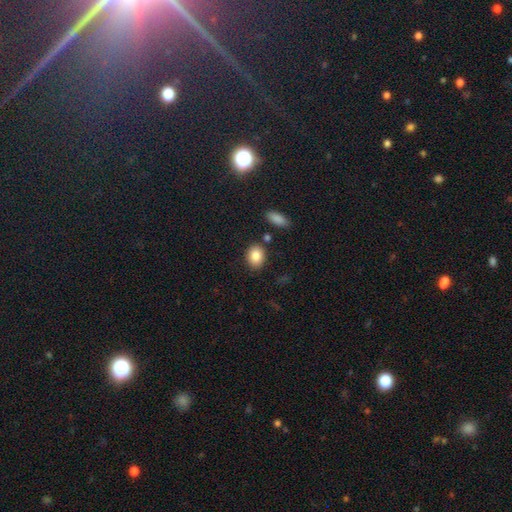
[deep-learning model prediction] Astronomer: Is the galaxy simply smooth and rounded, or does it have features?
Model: smooth — 85%.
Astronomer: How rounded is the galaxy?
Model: in between — 60% (runner-up: round, 39%).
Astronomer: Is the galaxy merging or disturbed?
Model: none — 83%.